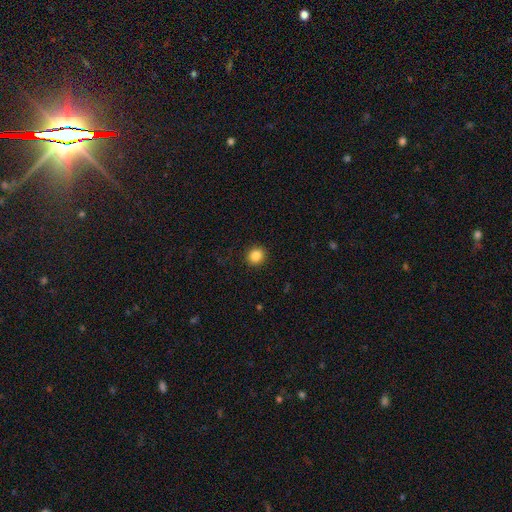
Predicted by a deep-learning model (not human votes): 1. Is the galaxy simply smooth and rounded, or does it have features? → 85% smooth, 10% star or artifact, 4% featured or disk.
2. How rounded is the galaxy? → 87% round, 12% in between, 1% cigar-shaped.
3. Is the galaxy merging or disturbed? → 92% none, 5% minor disturbance, 2% major disturbance, 1% merger.